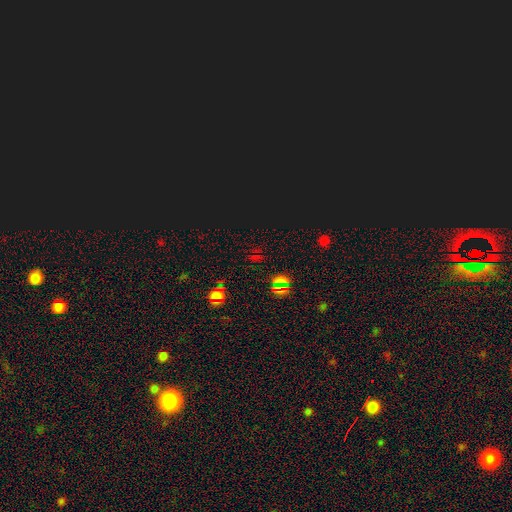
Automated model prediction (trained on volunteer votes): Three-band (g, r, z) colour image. It shows a star or artifact, not a galaxy (77%).